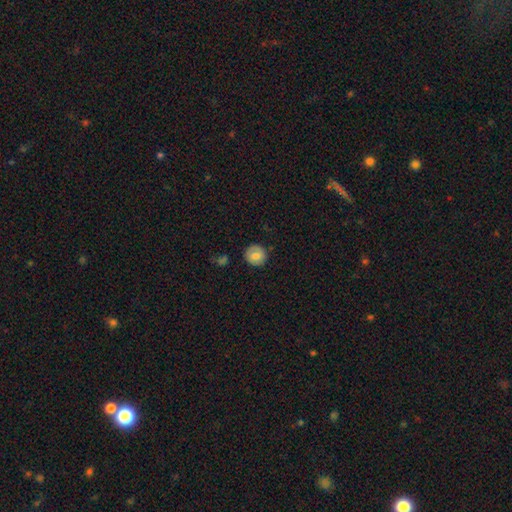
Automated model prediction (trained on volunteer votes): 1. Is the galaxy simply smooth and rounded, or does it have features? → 70% smooth, 22% featured or disk, 8% star or artifact.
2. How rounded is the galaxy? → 89% round, 10% in between, 1% cigar-shaped.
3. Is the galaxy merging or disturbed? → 84% none, 12% minor disturbance, 3% major disturbance, 2% merger.